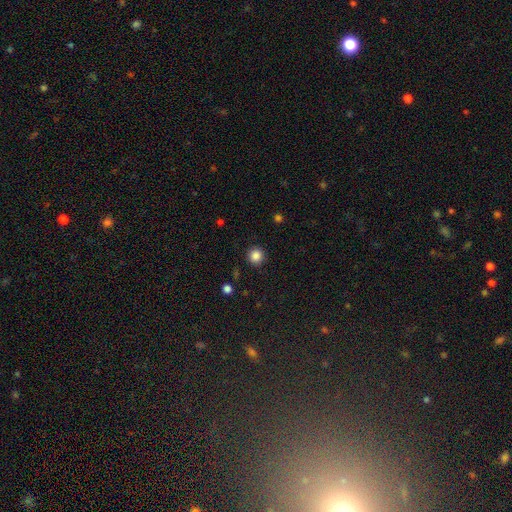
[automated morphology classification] type=smooth (86%); roundness=round (95%); merging=none (91%).